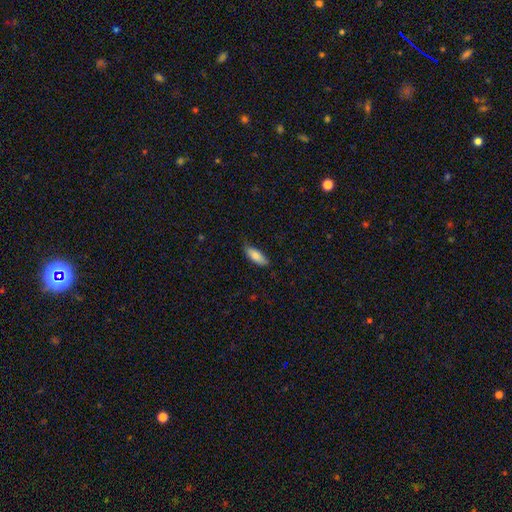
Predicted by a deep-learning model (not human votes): The model was most divided on "how rounded": in between: 70%, cigar-shaped: 28%, round: 2%. More confident: smooth or featured — smooth (84%); merging — none (75%).